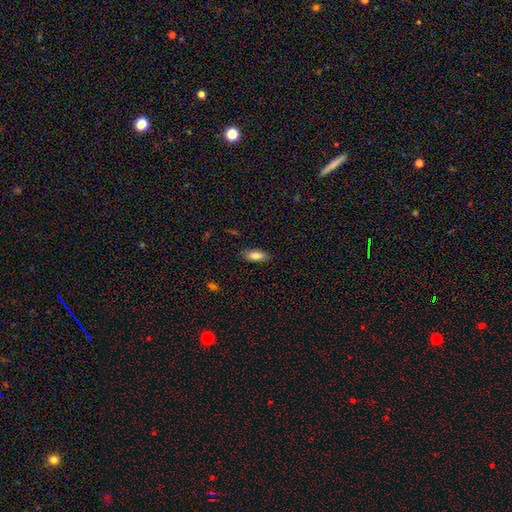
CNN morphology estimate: A smooth galaxy with no disk features (83%) that is in between round and cigar-shaped (83%).

Vote fractions:
- Smooth or featured? smooth: 83% / featured or disk: 10% / star or artifact: 7%
- How rounded? in between: 83% / cigar-shaped: 15% / round: 2%
- Merging? none: 85% / minor disturbance: 11% / major disturbance: 2% / merger: 1%